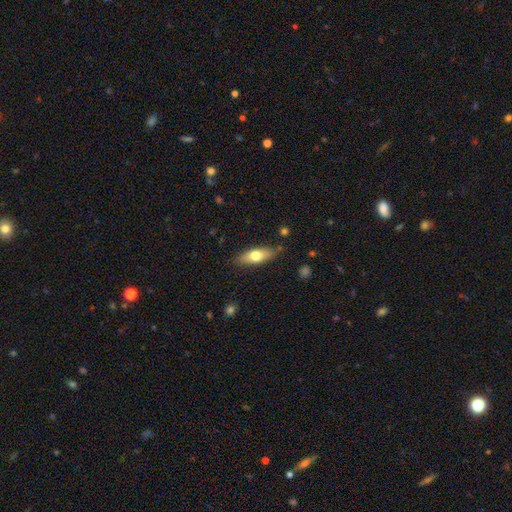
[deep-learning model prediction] Smooth or featured?
  - smooth: 63% *
  - featured or disk: 31%
  - star or artifact: 6%
How rounded?
  - in between: 59% *
  - cigar-shaped: 38%
  - round: 3%
Merging?
  - none: 84% *
  - minor disturbance: 12%
  - major disturbance: 2%
  - merger: 2%